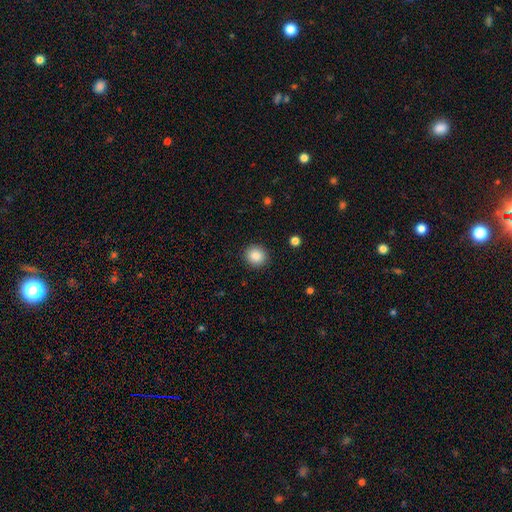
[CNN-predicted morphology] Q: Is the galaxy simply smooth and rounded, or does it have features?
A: smooth — 86%.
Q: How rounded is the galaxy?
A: round — 87%.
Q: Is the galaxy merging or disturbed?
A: none — 91%.